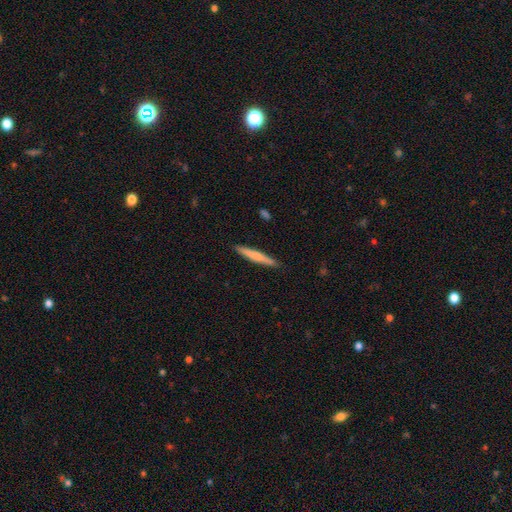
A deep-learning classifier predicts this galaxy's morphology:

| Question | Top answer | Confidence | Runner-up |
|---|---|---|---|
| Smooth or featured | smooth | 64% | featured or disk (31%) |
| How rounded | cigar-shaped | 95% | in between (4%) |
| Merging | none | 89% | minor disturbance (8%) |